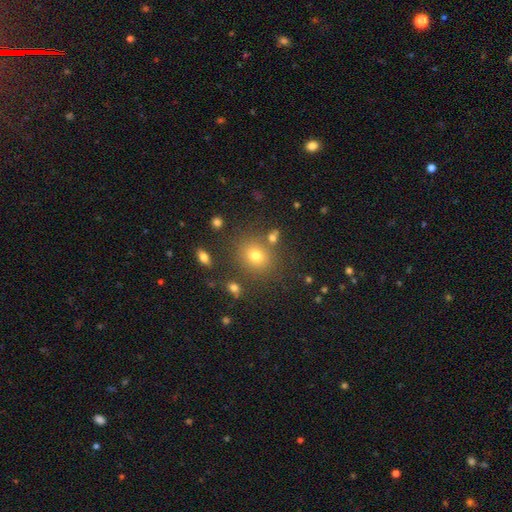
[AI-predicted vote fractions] Overall: smooth (72%). How rounded: round (73%). Merging: none (80%).